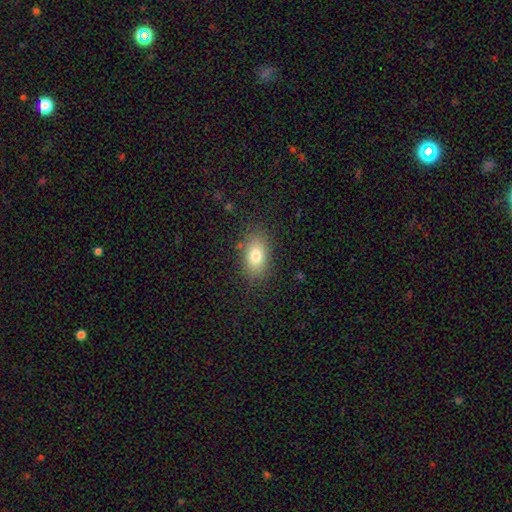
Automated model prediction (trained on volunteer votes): A smooth galaxy with no disk features (79%) that is in between round and cigar-shaped (86%). Merging: none (84%).